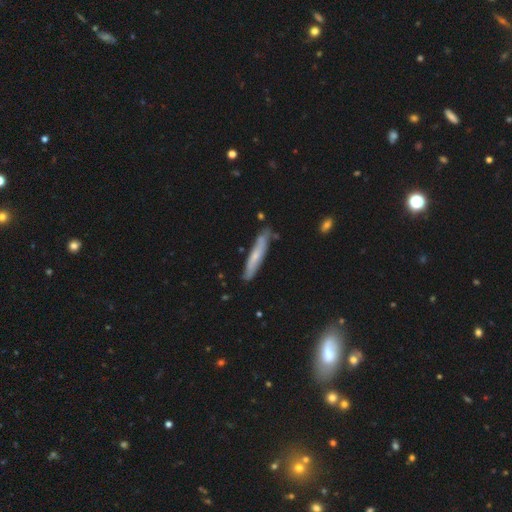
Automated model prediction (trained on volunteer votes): Overall: smooth (50%; featured or disk 44%). Merging: none (74%).